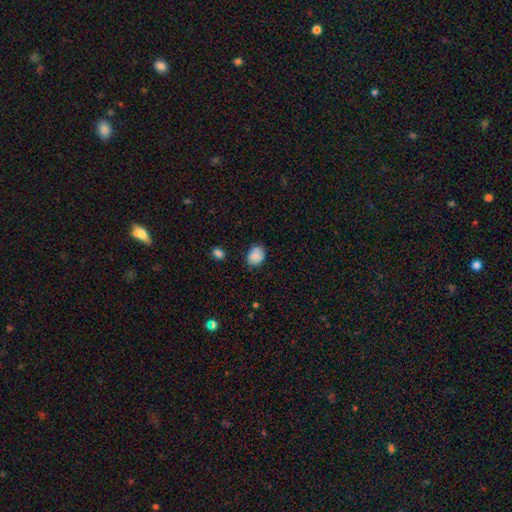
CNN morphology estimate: smooth_or_featured: smooth (p=0.82) [alt: featured or disk p=0.09]
how_rounded: in between (p=0.53) [alt: round p=0.46]
merging: none (p=0.75) [alt: minor disturbance p=0.19]